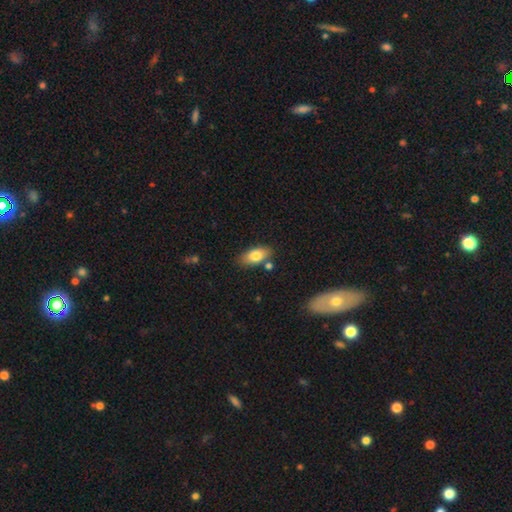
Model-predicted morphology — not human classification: This is likely a smooth galaxy (79%). How rounded: clearly in between (90%). Merging: likely none (77%).